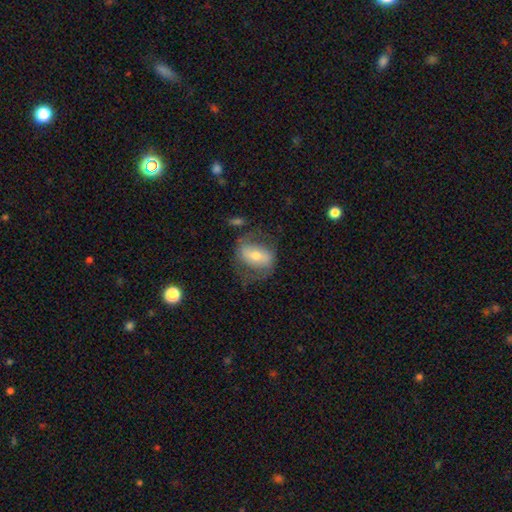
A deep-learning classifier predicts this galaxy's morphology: The model was most divided on "smooth or featured": featured or disk: 54%, smooth: 38%, star or artifact: 7%. More confident: edge-on disk — no (92%); merging — none (61%).